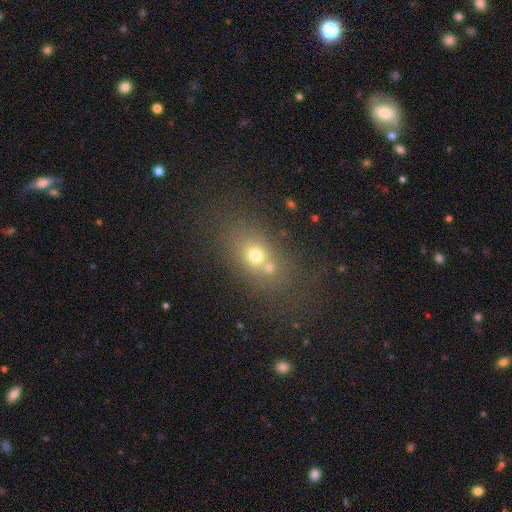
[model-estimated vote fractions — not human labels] A smooth galaxy with no disk features (62%) that is in between round and cigar-shaped (57%). Merging: none (52%).